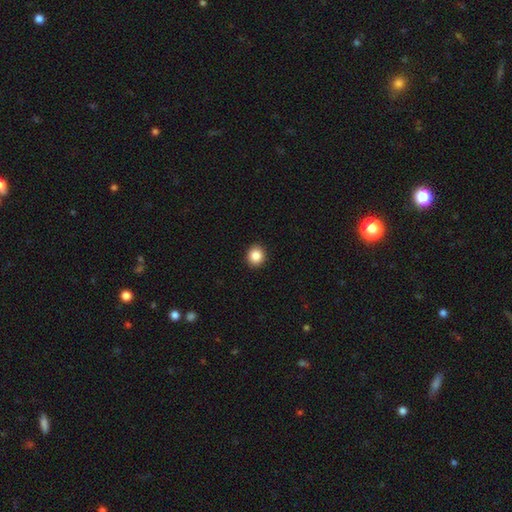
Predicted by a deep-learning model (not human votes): A smooth galaxy with no disk features (86%) that is round (86%).

Vote fractions:
- Smooth or featured? smooth: 86% / star or artifact: 9% / featured or disk: 4%
- How rounded? round: 86% / in between: 13% / cigar-shaped: 1%
- Merging? none: 93% / minor disturbance: 5% / major disturbance: 2% / merger: 1%